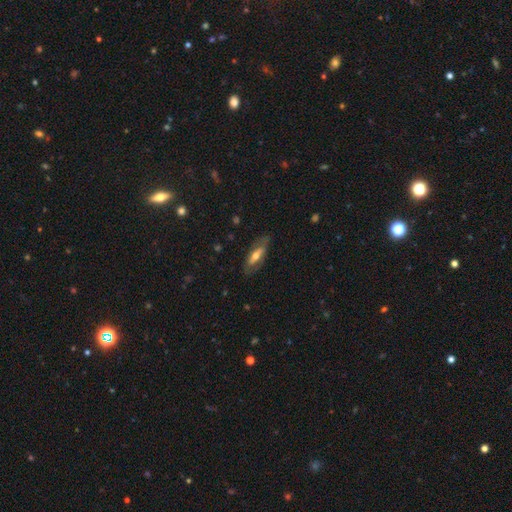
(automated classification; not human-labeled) A featured or disk galaxy (51%).

Vote fractions:
- Smooth or featured? featured or disk: 51% / smooth: 43% / star or artifact: 6%
- Edge-on disk? no: 53% / yes: 47%
- Merging? none: 77% / minor disturbance: 16% / major disturbance: 6% / merger: 1%